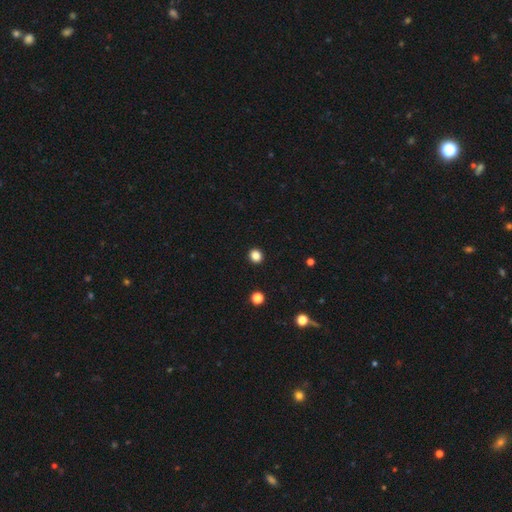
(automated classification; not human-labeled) Morphology: type=smooth (85%); roundness=round (84%); merging=none (93%).